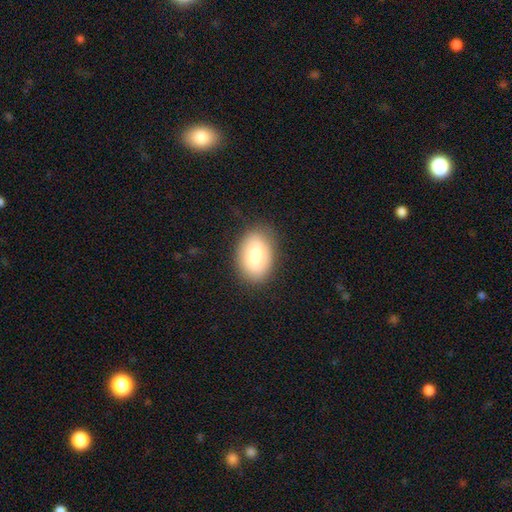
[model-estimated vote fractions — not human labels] A smooth galaxy with no disk features (77%) that is in between round and cigar-shaped (86%). Merging: none (84%).